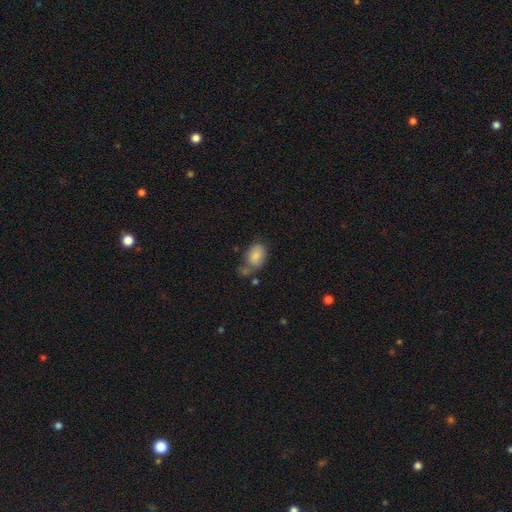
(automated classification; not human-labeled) A smooth galaxy with no disk features (82%) that is in between round and cigar-shaped (83%).

Vote fractions:
- Smooth or featured? smooth: 82% / featured or disk: 9% / star or artifact: 8%
- How rounded? in between: 83% / round: 16% / cigar-shaped: 1%
- Merging? none: 49% / minor disturbance: 25% / merger: 17% / major disturbance: 9%